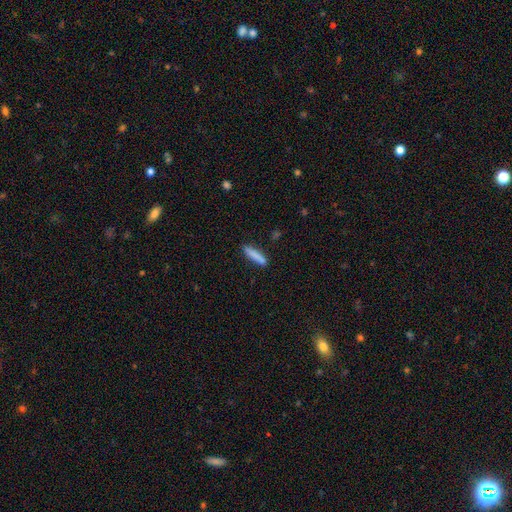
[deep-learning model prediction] Smooth or featured? smooth (83%)
How rounded? cigar-shaped (85%)
Merging? none (84%)